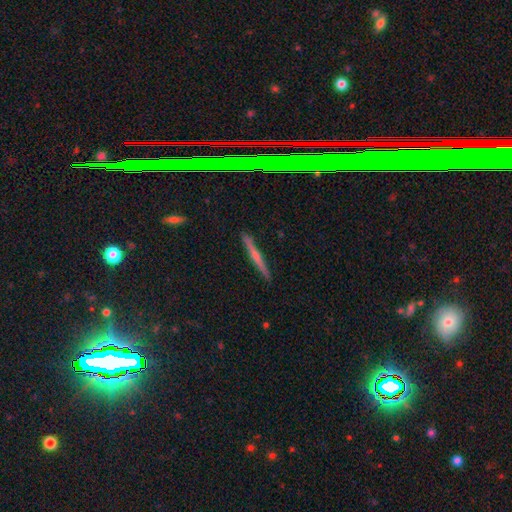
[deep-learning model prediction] A featured or disk galaxy (56%) viewed edge-on (97%) with a rounded central bulge (49%).

Vote fractions:
- Smooth or featured? featured or disk: 56% / smooth: 36% / star or artifact: 8%
- Edge-on disk? yes: 97% / no: 3%
- Edge-on bulge? rounded: 49% / none: 42% / boxy: 9%
- Merging? none: 89% / minor disturbance: 8% / major disturbance: 2% / merger: 1%